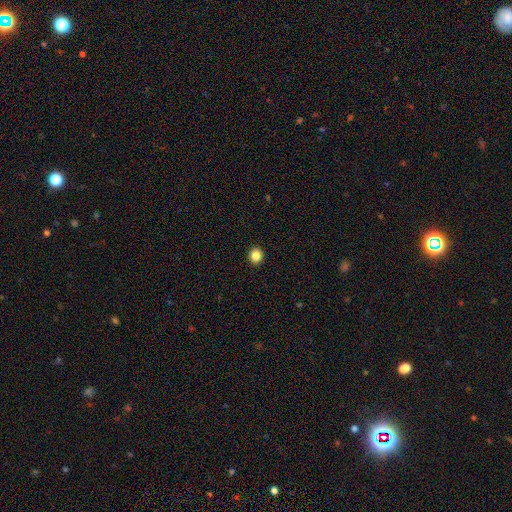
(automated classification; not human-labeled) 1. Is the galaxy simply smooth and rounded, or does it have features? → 85% smooth, 11% star or artifact, 5% featured or disk.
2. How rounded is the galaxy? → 82% round, 17% in between, 1% cigar-shaped.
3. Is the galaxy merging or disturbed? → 93% none, 5% minor disturbance, 1% major disturbance, 1% merger.